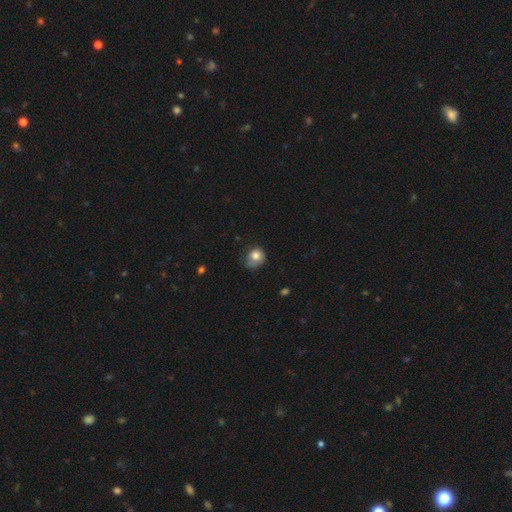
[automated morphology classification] A smooth galaxy with no disk features (75%) that is round (74%).

Vote fractions:
- Smooth or featured? smooth: 75% / featured or disk: 16% / star or artifact: 9%
- How rounded? round: 74% / in between: 25% / cigar-shaped: 1%
- Merging? none: 48% / minor disturbance: 33% / major disturbance: 16% / merger: 3%